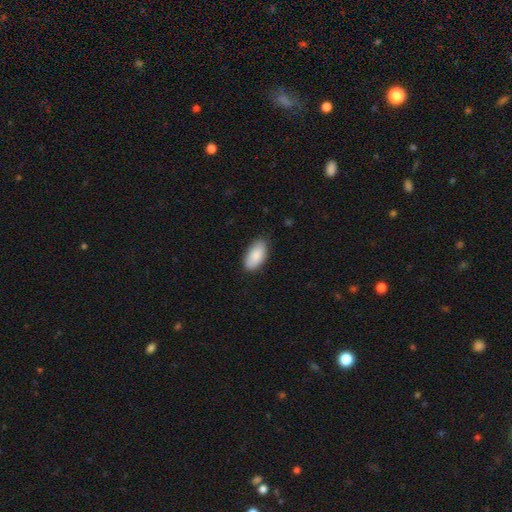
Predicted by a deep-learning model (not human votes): Smooth or featured? Predicted: smooth (p=0.87). How rounded? Predicted: in between (p=0.94). Merging? Predicted: none (p=0.81).